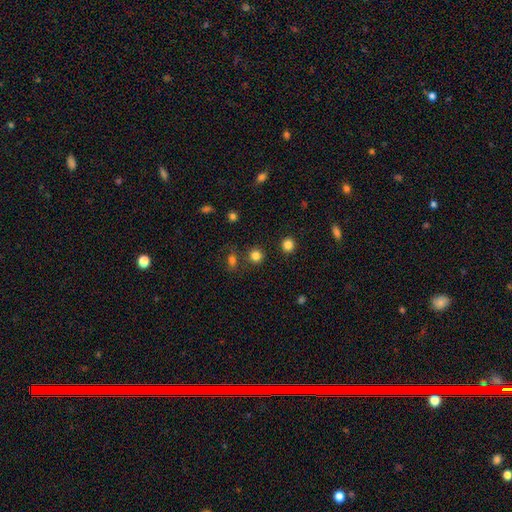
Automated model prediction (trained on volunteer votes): Q: Smooth or featured?
A: smooth (82%); runner-up: star or artifact (14%)
Q: How rounded?
A: round (90%); runner-up: in between (9%)
Q: Merging?
A: none (84%); runner-up: minor disturbance (7%)